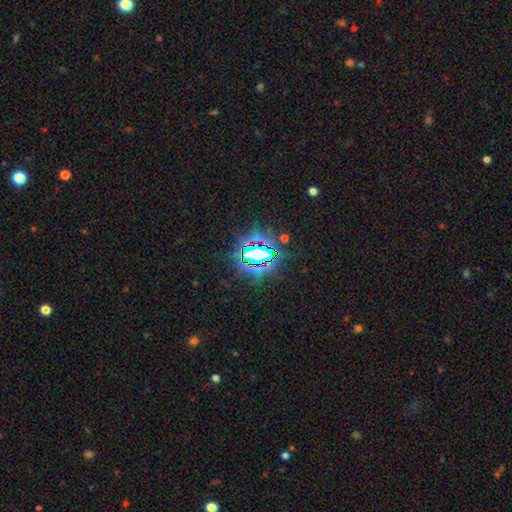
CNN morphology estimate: type=star or artifact (75%).